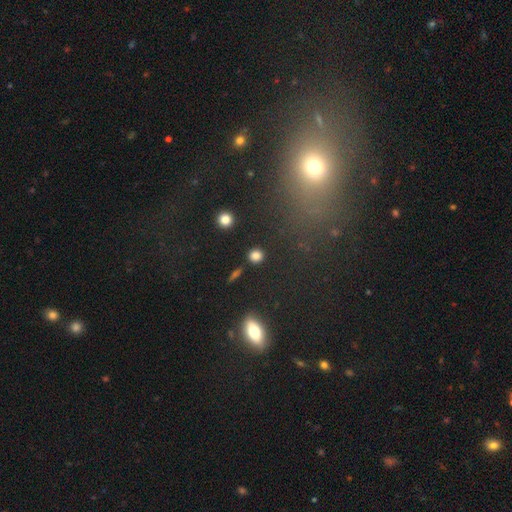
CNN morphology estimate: Smooth or featured?
  - smooth: 82% *
  - star or artifact: 13%
  - featured or disk: 5%
How rounded?
  - round: 87% *
  - in between: 11%
  - cigar-shaped: 2%
Merging?
  - none: 88% *
  - minor disturbance: 7%
  - merger: 3%
  - major disturbance: 2%